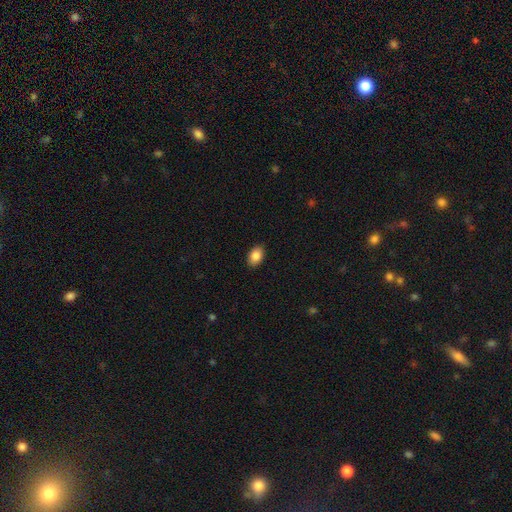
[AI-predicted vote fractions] Smooth or featured: smooth — 87% (star or artifact — 8%)
How rounded: in between — 87% (round — 12%)
Merging: none — 89% (minor disturbance — 8%)